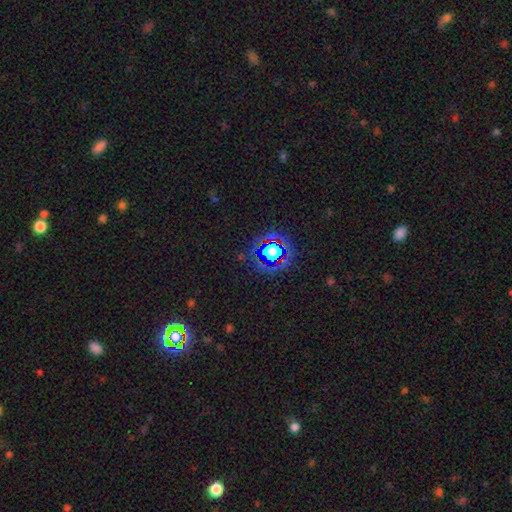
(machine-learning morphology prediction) Smooth or featured?
  - star or artifact: 81% *
  - smooth: 11%
  - featured or disk: 8%